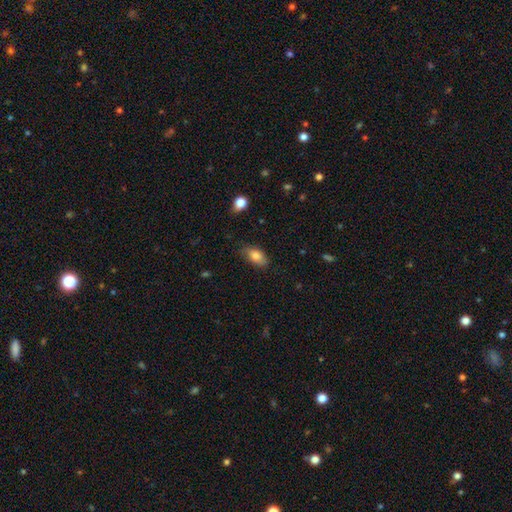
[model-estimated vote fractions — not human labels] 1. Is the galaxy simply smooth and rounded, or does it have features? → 81% smooth, 11% featured or disk, 8% star or artifact.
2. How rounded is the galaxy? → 91% in between, 6% round, 3% cigar-shaped.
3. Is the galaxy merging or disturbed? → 71% none, 23% minor disturbance, 4% major disturbance, 1% merger.